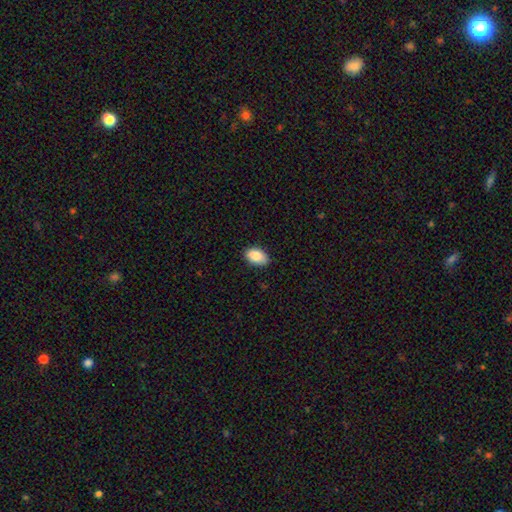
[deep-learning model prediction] Smooth or featured?
  - smooth: 87% *
  - star or artifact: 7%
  - featured or disk: 6%
How rounded?
  - in between: 91% *
  - round: 8%
  - cigar-shaped: 2%
Merging?
  - none: 81% *
  - minor disturbance: 16%
  - major disturbance: 2%
  - merger: 1%